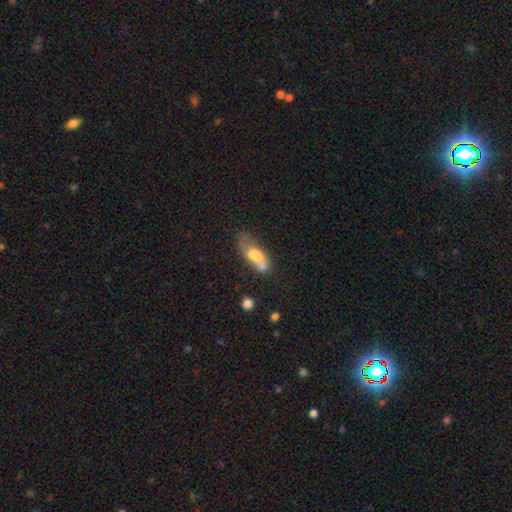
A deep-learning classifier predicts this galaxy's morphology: This appears to be a smooth galaxy with no disk features (56%) that is in between round and cigar-shaped (70%). Merging: merger (40%).